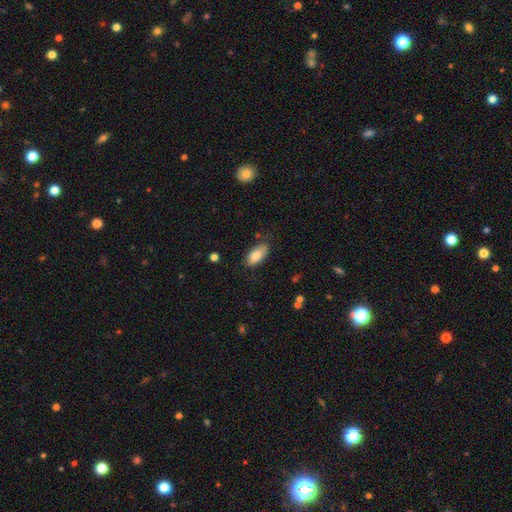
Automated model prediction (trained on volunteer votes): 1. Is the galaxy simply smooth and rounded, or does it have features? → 79% smooth, 14% featured or disk, 7% star or artifact.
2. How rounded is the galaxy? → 90% in between, 8% cigar-shaped, 3% round.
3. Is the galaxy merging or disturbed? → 76% none, 19% minor disturbance, 4% major disturbance, 2% merger.